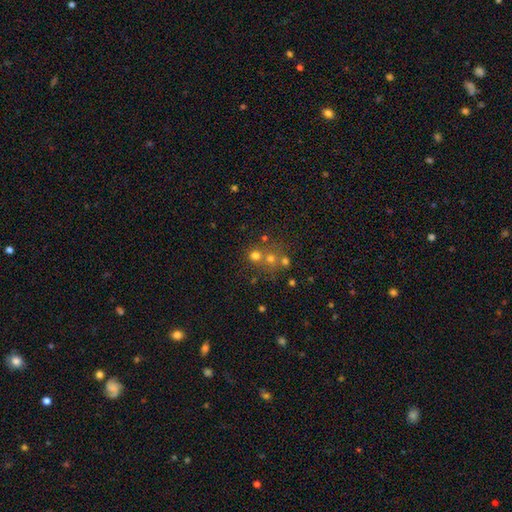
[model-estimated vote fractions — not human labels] This is likely a smooth galaxy (63%). How rounded: clearly round (87%). Merging: possibly none (54%).